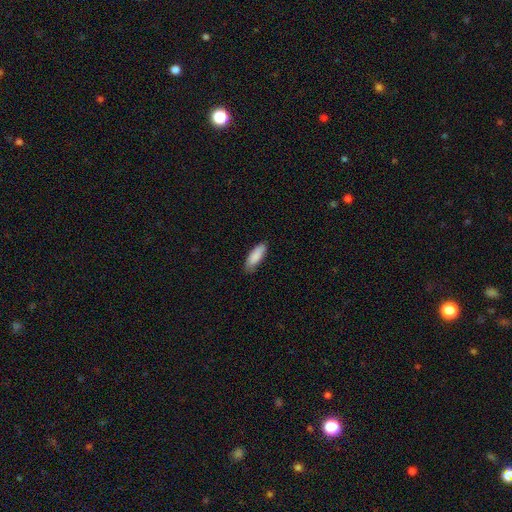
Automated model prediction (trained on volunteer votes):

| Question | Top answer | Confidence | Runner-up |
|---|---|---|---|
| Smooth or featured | smooth | 88% | star or artifact (6%) |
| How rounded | in between | 67% | cigar-shaped (31%) |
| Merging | none | 80% | minor disturbance (17%) |